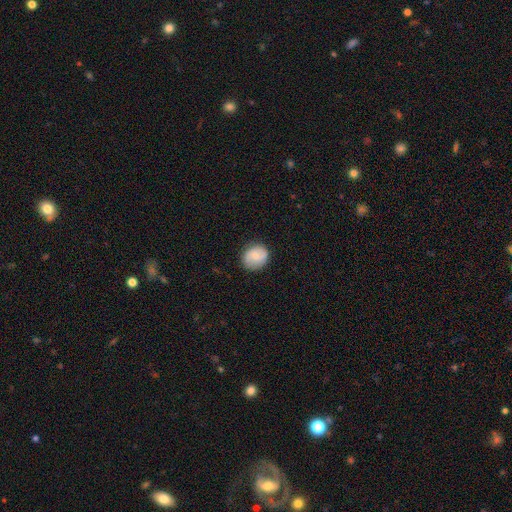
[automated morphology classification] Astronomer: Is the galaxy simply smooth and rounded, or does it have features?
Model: smooth — 61%.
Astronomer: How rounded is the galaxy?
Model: round — 73%.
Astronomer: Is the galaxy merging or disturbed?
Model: none — 84%.